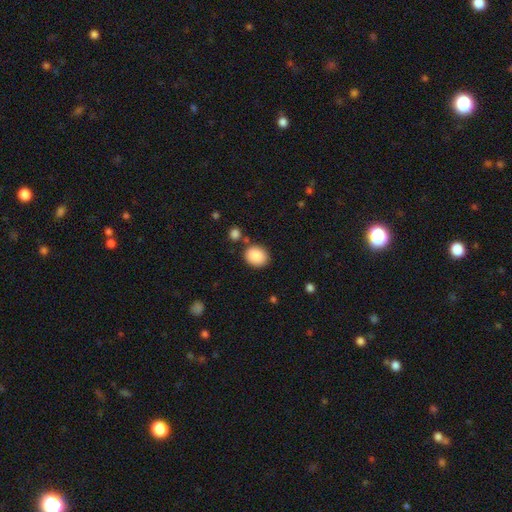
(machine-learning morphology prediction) Smooth or featured? smooth (88%)
How rounded? round (57%)
Merging? none (81%)